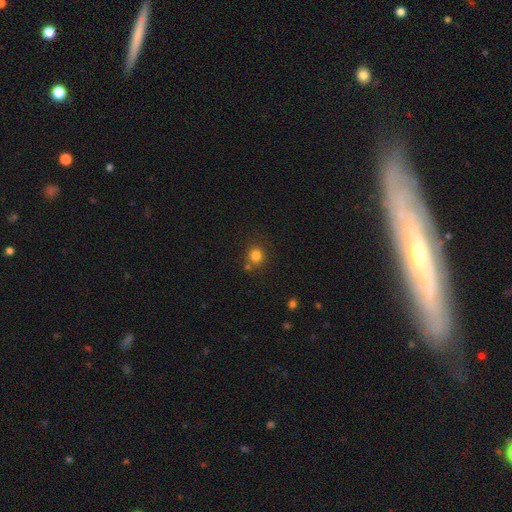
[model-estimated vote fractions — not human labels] A smooth galaxy with no disk features (81%) that is round (86%).

Vote fractions:
- Smooth or featured? smooth: 81% / star or artifact: 13% / featured or disk: 6%
- How rounded? round: 86% / in between: 13% / cigar-shaped: 1%
- Merging? none: 75% / merger: 12% / minor disturbance: 10% / major disturbance: 3%